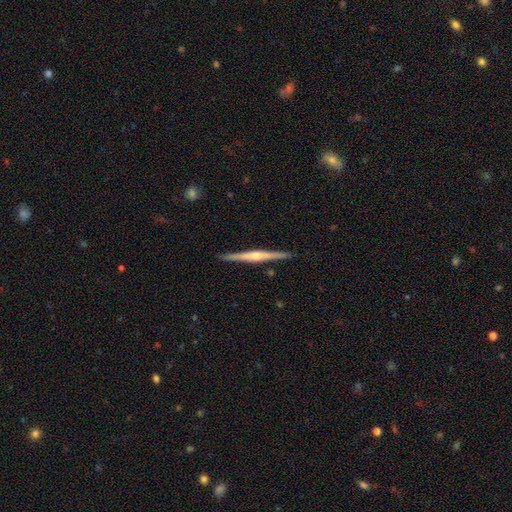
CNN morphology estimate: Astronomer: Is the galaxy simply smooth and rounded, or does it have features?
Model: featured or disk — 79%.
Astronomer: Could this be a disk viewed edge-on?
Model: yes — 98%.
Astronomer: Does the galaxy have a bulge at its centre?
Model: rounded — 79%.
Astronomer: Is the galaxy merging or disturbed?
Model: none — 91%.